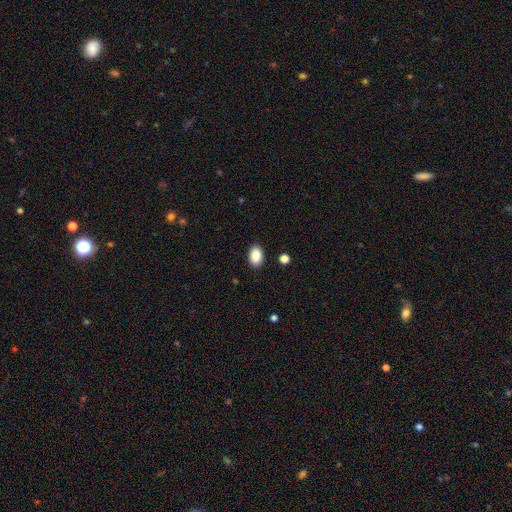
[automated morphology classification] This is clearly a smooth galaxy (89%). How rounded: clearly in between (89%). Merging: clearly none (89%).